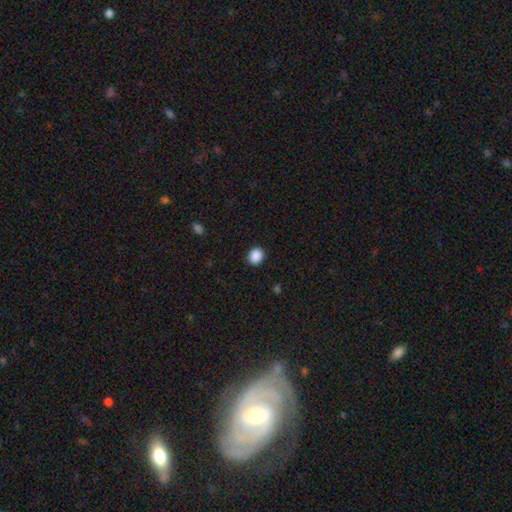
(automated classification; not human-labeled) smooth 89%, star or artifact 9%, featured or disk 2%. Down the decision tree: how rounded — round (71%); merging — none (91%).